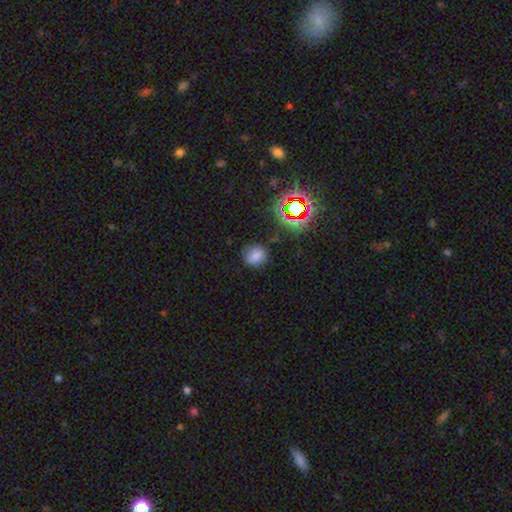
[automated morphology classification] This appears to be a smooth galaxy with no disk features (75%) that is round (68%). Merging: none (78%).